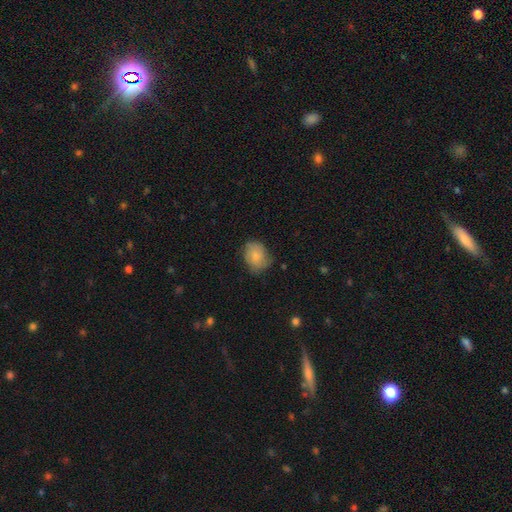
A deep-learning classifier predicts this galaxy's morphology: type=smooth (80%); roundness=in between (51%); merging=none (64%).